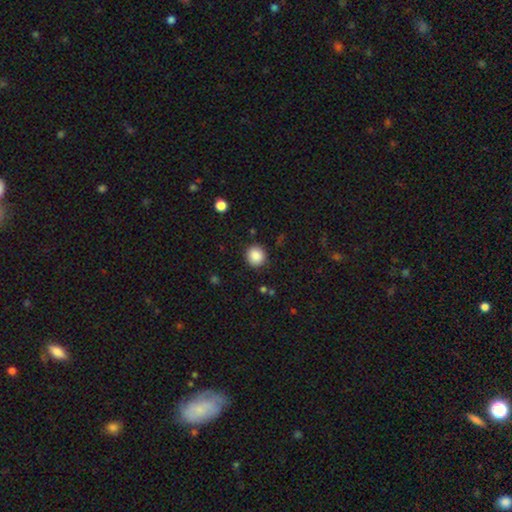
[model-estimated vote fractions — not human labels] smooth_or_featured: smooth (p=0.87) [alt: star or artifact p=0.09]
how_rounded: round (p=0.91) [alt: in between p=0.08]
merging: none (p=0.89) [alt: minor disturbance p=0.07]